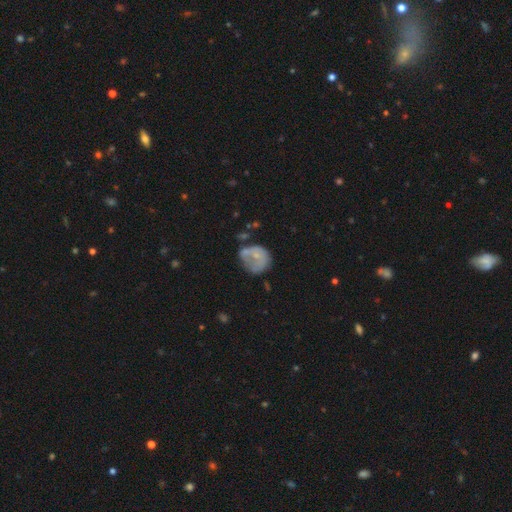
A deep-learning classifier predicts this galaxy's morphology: This is possibly a smooth galaxy (54%). How rounded: likely round (73%). Merging: marginally none (37%).